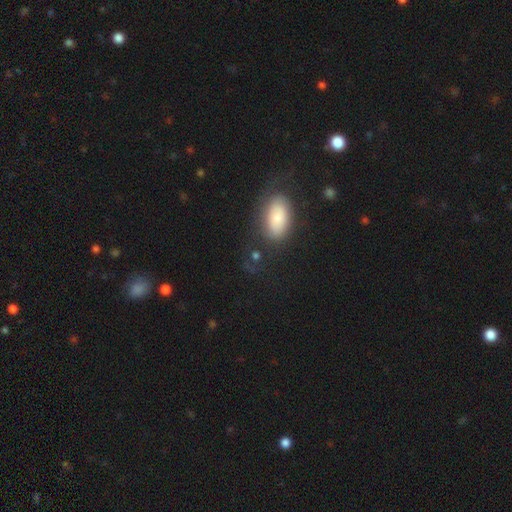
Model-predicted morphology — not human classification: smooth-or-featured: smooth: 69% | featured or disk: 16% | star or artifact: 15%
  how-rounded: in between: 89% | cigar-shaped: 6% | round: 5%
  merging: none: 74% | minor disturbance: 16% | major disturbance: 8% | merger: 2%